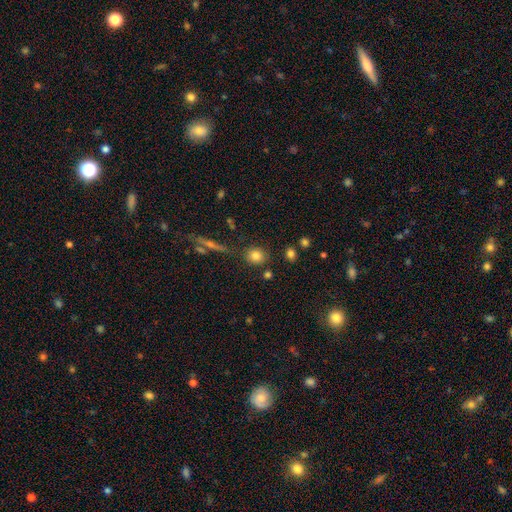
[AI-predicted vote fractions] The model was most divided on "how rounded": round: 74%, in between: 24%, cigar-shaped: 2%. More confident: smooth or featured — smooth (81%); merging — none (80%).